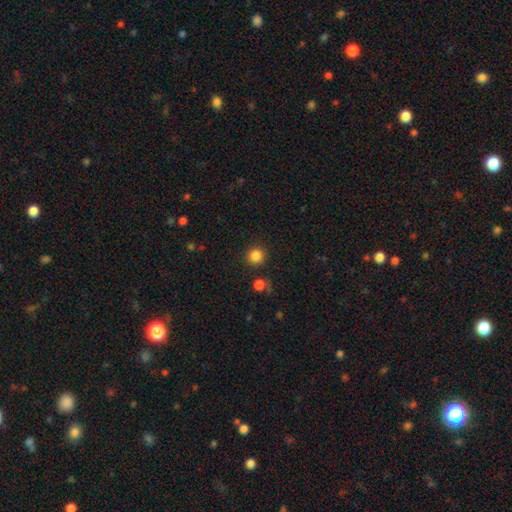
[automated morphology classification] Smooth or featured? Predicted: smooth (p=0.84). How rounded? Predicted: round (p=0.94). Merging? Predicted: none (p=0.88).